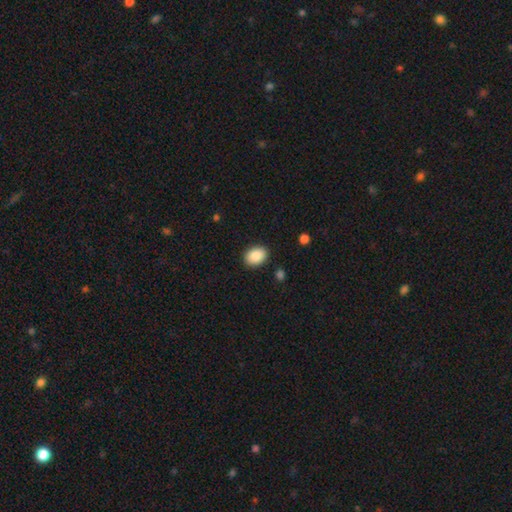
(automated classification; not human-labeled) smooth 89%, star or artifact 7%, featured or disk 4%. Down the decision tree: how rounded — in between (76%); merging — none (88%).